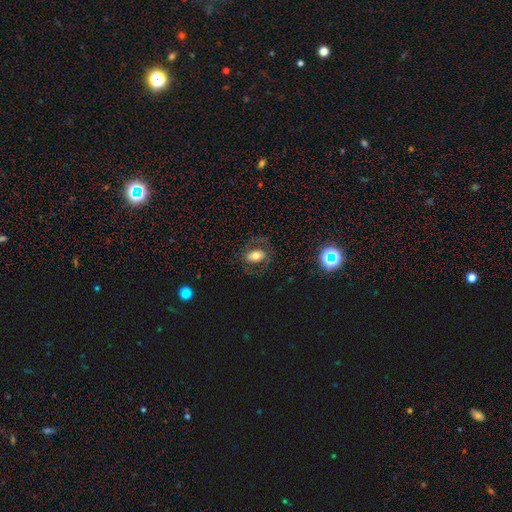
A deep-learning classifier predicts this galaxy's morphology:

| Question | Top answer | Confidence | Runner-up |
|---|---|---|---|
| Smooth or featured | smooth | 58% | featured or disk (30%) |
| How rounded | in between | 82% | round (16%) |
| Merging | none | 71% | minor disturbance (14%) |